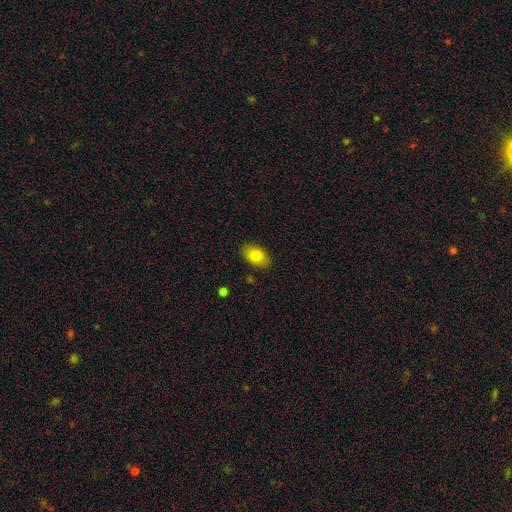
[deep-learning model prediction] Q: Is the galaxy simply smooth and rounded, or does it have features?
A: smooth — 83%.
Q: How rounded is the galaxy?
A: in between — 91%.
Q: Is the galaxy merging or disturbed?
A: none — 86%.